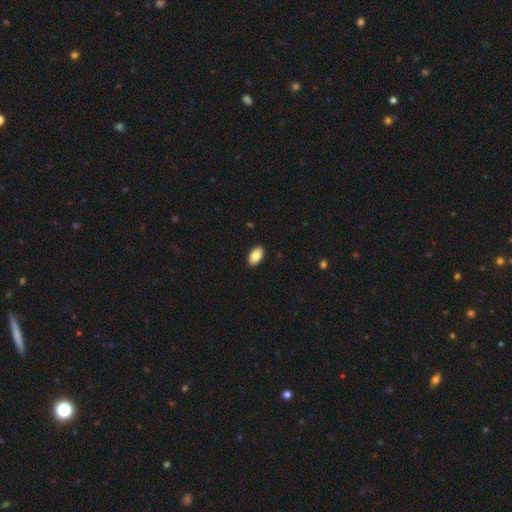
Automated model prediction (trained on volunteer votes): Smooth or featured: smooth — 84% (featured or disk — 9%)
How rounded: in between — 94% (round — 5%)
Merging: none — 91% (minor disturbance — 7%)